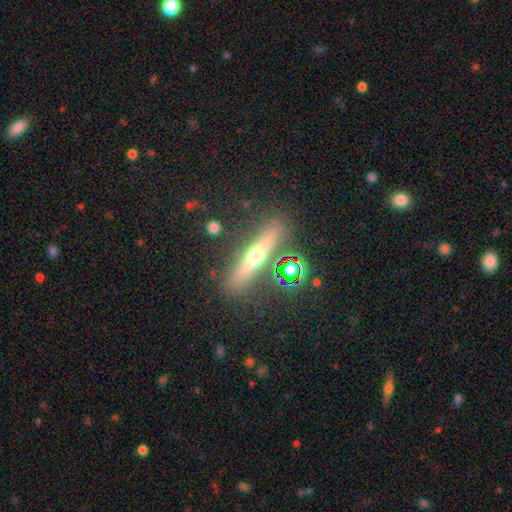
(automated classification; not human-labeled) This appears to be a featured or disk galaxy (57%) viewed edge-on (92%) with a rounded central bulge (94%). Merging: none (85%).